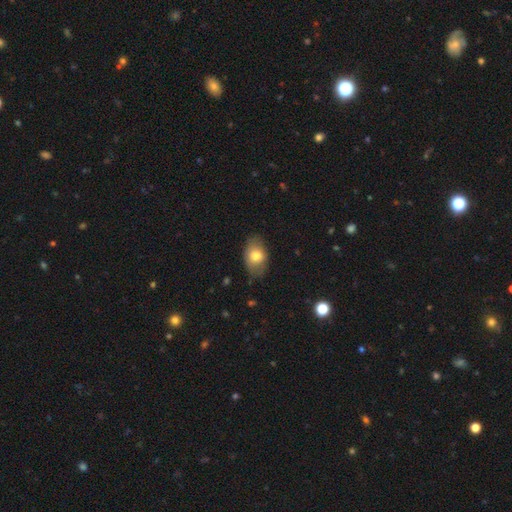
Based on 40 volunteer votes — This is clearly a smooth galaxy (82%). How rounded: clearly in between (85%). Merging: clearly none (86%).